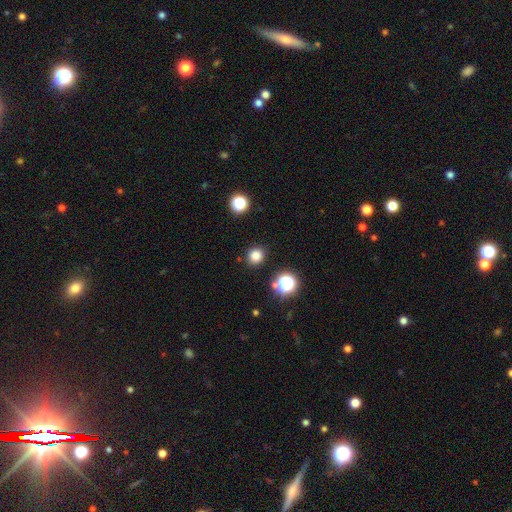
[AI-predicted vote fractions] This is clearly a smooth galaxy (81%). How rounded: clearly round (85%). Merging: clearly none (88%).